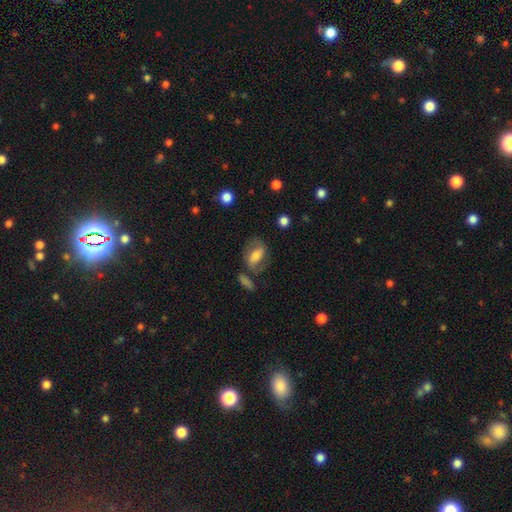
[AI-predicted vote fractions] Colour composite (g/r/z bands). It shows a smooth galaxy with no disk features (50%) that is in between round and cigar-shaped (78%). Merging: none (57%).